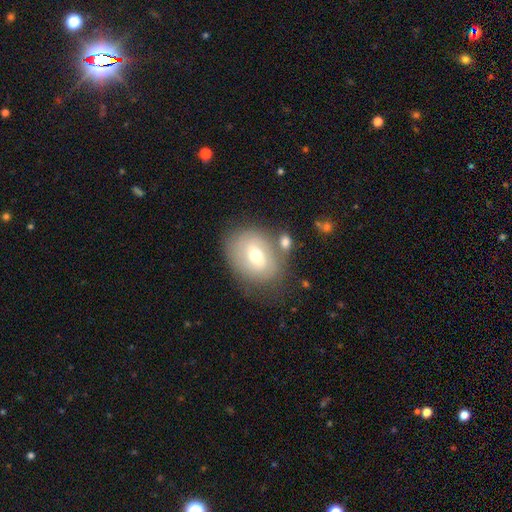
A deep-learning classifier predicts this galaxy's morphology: smooth-or-featured: featured or disk: 47% | smooth: 45% | star or artifact: 8%
  merging: none: 62% | minor disturbance: 18% | merger: 12% | major disturbance: 8%